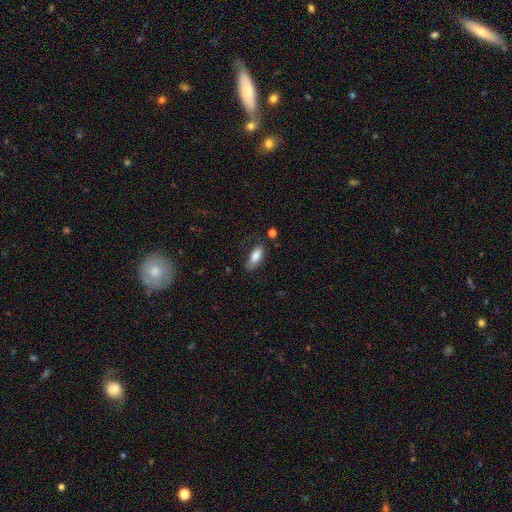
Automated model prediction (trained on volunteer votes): Q: Smooth or featured?
A: smooth (81%); runner-up: featured or disk (13%)
Q: How rounded?
A: in between (78%); runner-up: cigar-shaped (20%)
Q: Merging?
A: none (61%); runner-up: minor disturbance (26%)